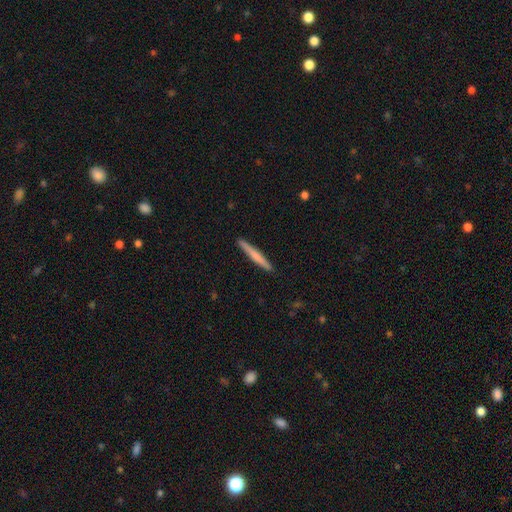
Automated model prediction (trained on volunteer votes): This appears to be a smooth galaxy with no disk features (64%) that is cigar-shaped (96%). Merging: none (91%).